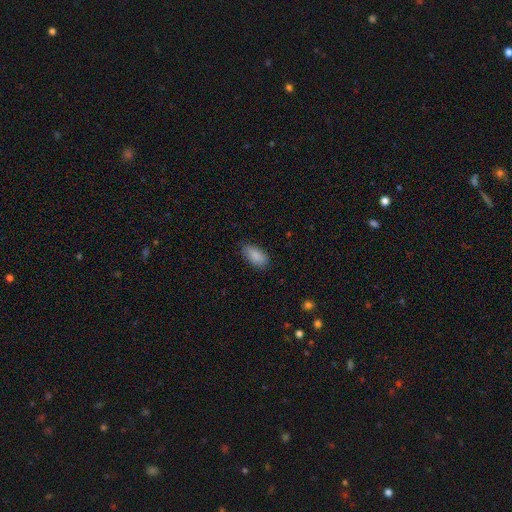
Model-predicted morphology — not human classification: Smooth or featured: smooth — 88% (star or artifact — 7%)
How rounded: in between — 91% (cigar-shaped — 6%)
Merging: none — 80% (minor disturbance — 16%)